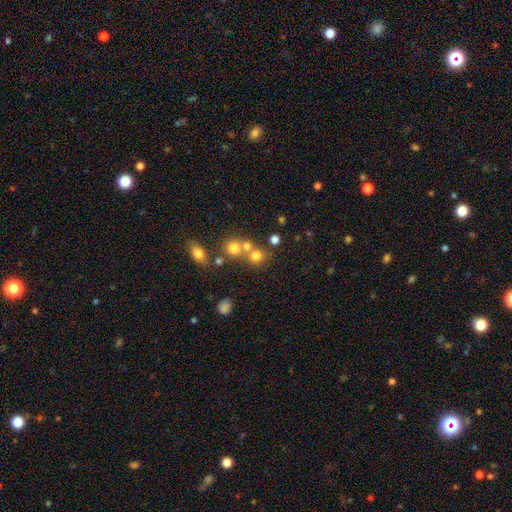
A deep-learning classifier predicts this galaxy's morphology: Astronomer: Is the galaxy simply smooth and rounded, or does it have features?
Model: smooth — 72%.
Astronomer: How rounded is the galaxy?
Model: round — 85%.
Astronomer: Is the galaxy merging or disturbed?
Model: none — 49% (runner-up: merger, 40%).